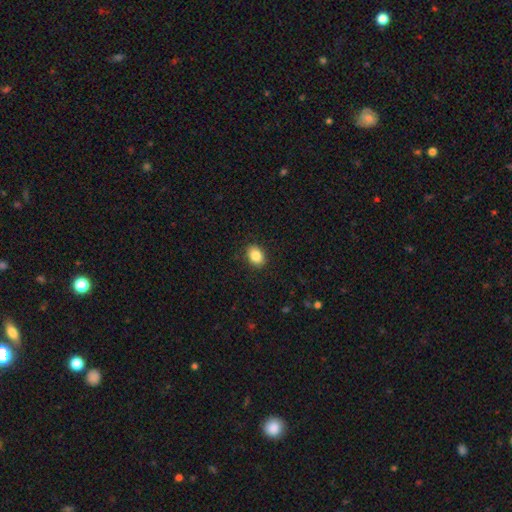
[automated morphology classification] Overall: smooth (87%). How rounded: in between (78%). Merging: none (89%).